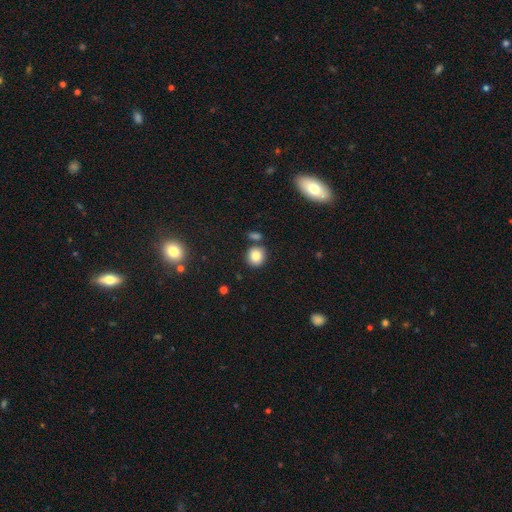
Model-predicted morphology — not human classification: This appears to be a smooth galaxy with no disk features (83%) that is round (84%). Merging: none (76%).